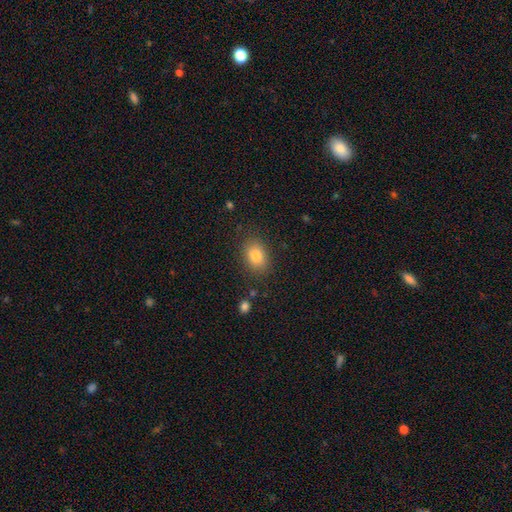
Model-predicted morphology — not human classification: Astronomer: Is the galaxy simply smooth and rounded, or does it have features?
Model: smooth — 81%.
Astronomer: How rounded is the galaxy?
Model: in between — 73%.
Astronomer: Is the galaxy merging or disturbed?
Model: none — 83%.